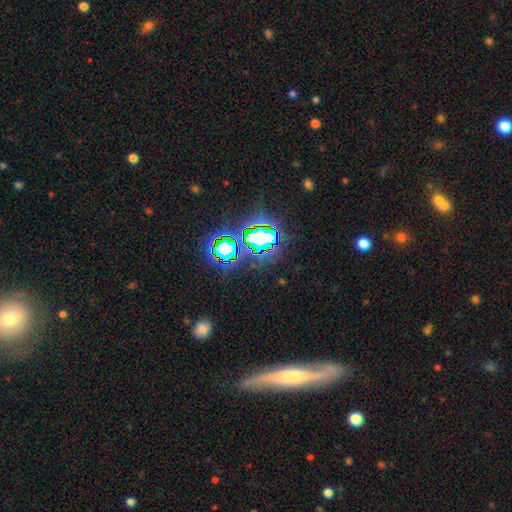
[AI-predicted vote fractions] Smooth or featured?
  - star or artifact: 44% *
  - featured or disk: 32%
  - smooth: 24%